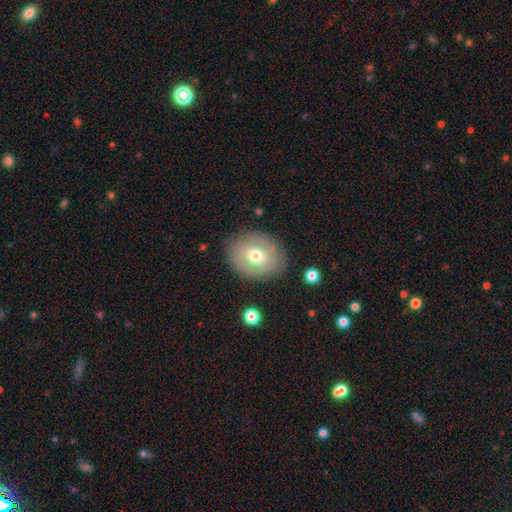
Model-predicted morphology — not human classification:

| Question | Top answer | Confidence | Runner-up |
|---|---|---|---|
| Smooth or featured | smooth | 60% | featured or disk (32%) |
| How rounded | round | 51% | in between (48%) |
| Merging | none | 81% | minor disturbance (13%) |